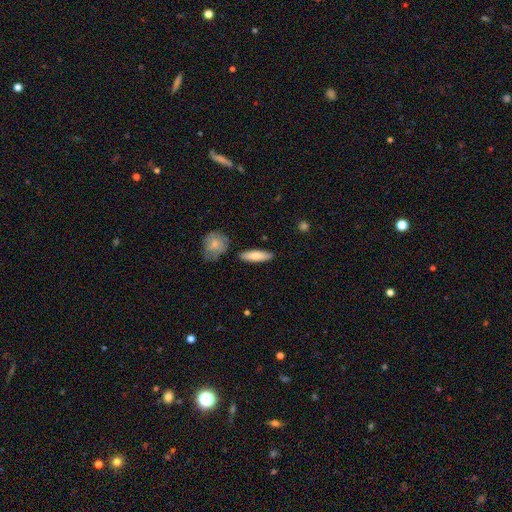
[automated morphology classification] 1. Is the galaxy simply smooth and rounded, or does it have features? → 77% smooth, 18% featured or disk, 5% star or artifact.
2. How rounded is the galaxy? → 56% cigar-shaped, 42% in between, 2% round.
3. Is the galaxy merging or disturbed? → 84% none, 10% minor disturbance, 4% merger, 2% major disturbance.